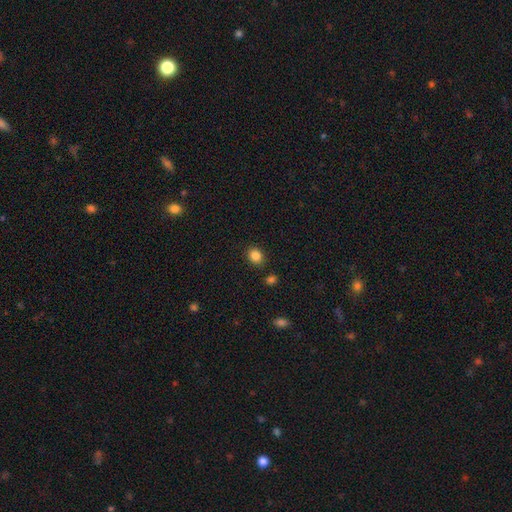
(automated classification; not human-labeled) Morphology: type=smooth (85%); roundness=round (61%); merging=none (86%).